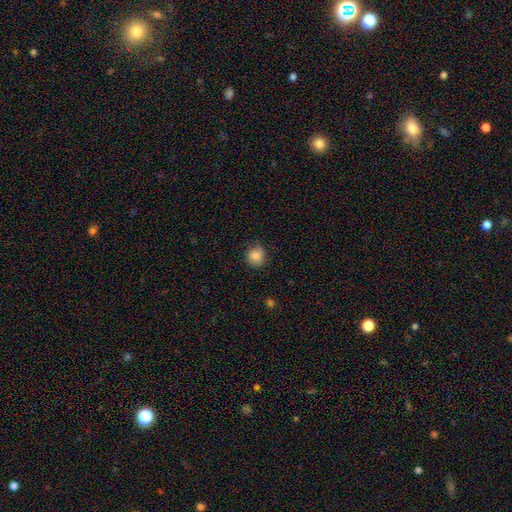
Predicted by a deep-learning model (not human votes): Smooth or featured? smooth (84%)
How rounded? round (80%)
Merging? none (73%)